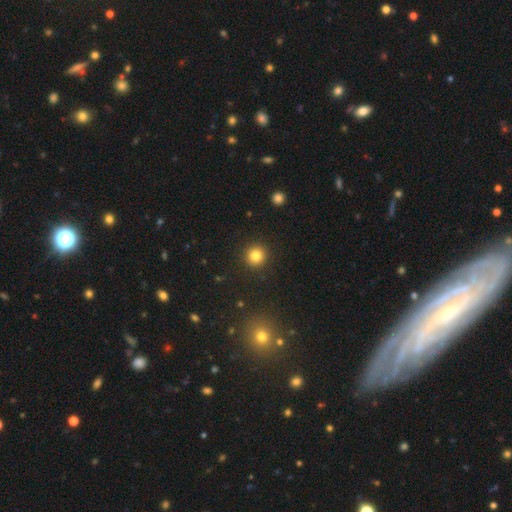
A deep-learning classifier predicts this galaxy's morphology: A smooth galaxy with no disk features (83%) that is round (94%).

Vote fractions:
- Smooth or featured? smooth: 83% / star or artifact: 12% / featured or disk: 5%
- How rounded? round: 94% / in between: 5% / cigar-shaped: 1%
- Merging? none: 92% / minor disturbance: 5% / major disturbance: 2% / merger: 1%